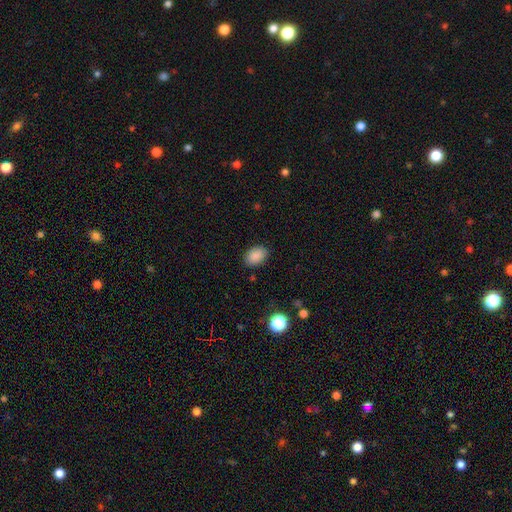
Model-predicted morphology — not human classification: This is clearly a smooth galaxy (88%). How rounded: likely in between (79%). Merging: clearly none (86%).